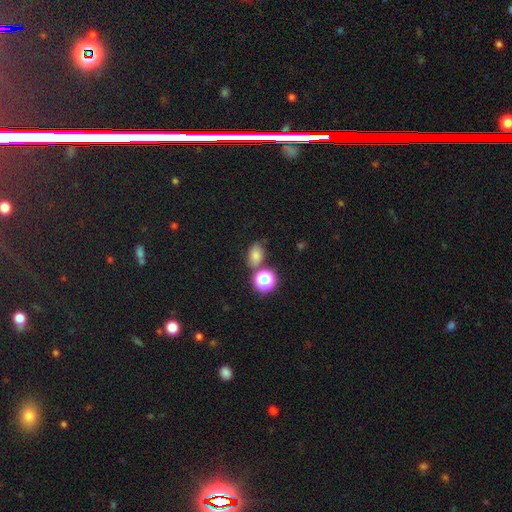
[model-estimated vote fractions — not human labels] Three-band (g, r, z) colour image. It shows a smooth galaxy with no disk features (72%) that is in between round and cigar-shaped (69%). Merging: none (68%).